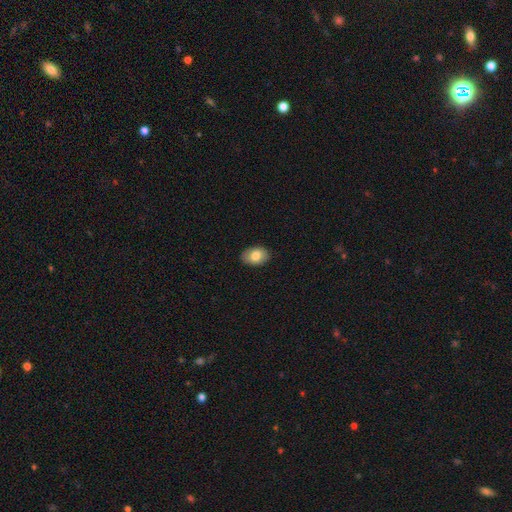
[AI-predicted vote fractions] smooth-or-featured: smooth: 81% | featured or disk: 12% | star or artifact: 7%
  how-rounded: in between: 85% | round: 14% | cigar-shaped: 1%
  merging: none: 88% | minor disturbance: 10% | major disturbance: 2% | merger: 1%